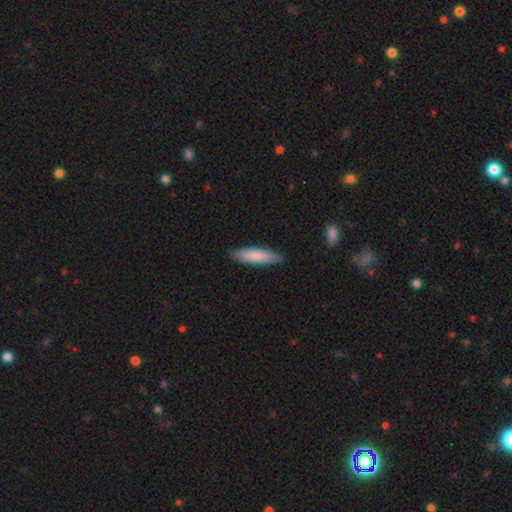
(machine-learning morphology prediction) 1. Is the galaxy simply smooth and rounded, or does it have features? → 81% smooth, 13% featured or disk, 5% star or artifact.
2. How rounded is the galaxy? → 76% cigar-shaped, 23% in between, 1% round.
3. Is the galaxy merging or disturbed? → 88% none, 9% minor disturbance, 2% major disturbance, 1% merger.